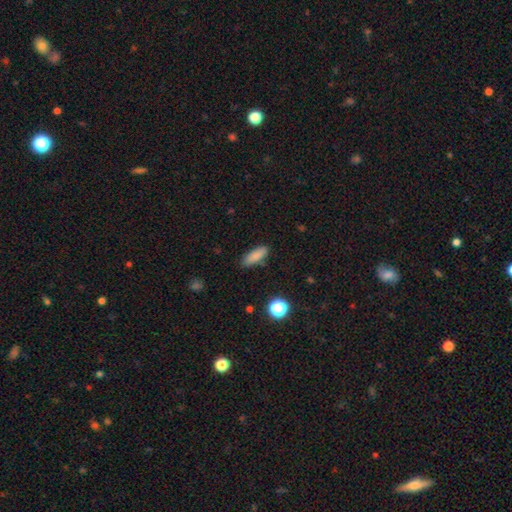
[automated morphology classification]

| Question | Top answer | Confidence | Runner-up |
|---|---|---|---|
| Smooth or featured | smooth | 84% | star or artifact (9%) |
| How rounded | in between | 64% | cigar-shaped (33%) |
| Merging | none | 84% | minor disturbance (11%) |